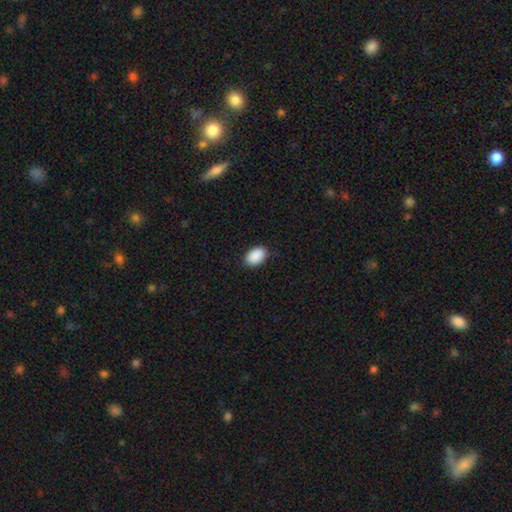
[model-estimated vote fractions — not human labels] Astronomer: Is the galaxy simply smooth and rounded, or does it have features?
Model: smooth — 91%.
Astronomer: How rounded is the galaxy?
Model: in between — 88%.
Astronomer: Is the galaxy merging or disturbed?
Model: none — 84%.